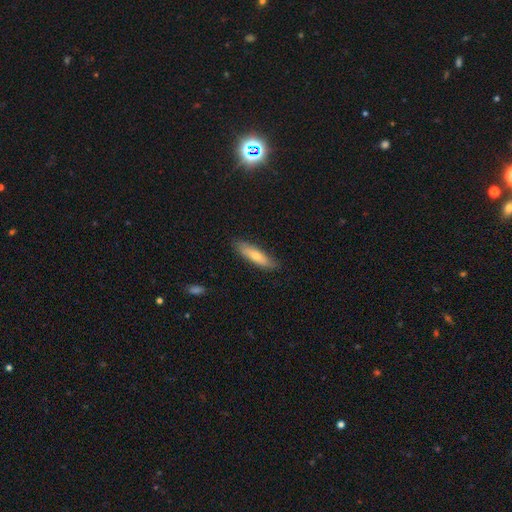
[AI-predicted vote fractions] Smooth or featured? Predicted: smooth (p=0.68). How rounded? Predicted: cigar-shaped (p=0.67). Merging? Predicted: none (p=0.85).